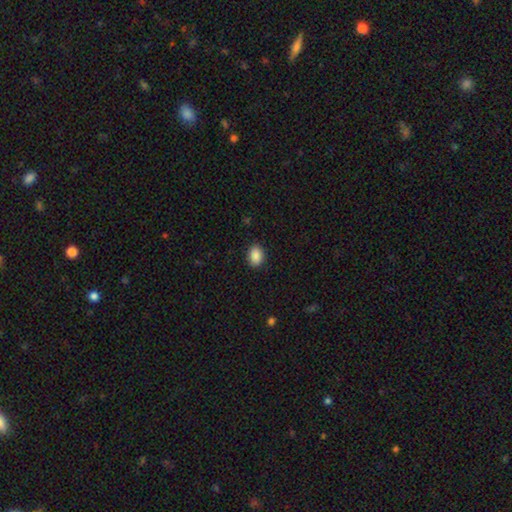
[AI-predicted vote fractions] Q: Smooth or featured?
A: smooth (89%); runner-up: star or artifact (8%)
Q: How rounded?
A: in between (77%); runner-up: round (22%)
Q: Merging?
A: none (89%); runner-up: minor disturbance (8%)